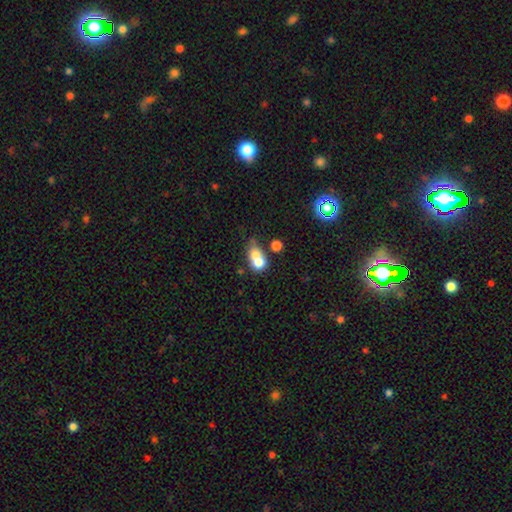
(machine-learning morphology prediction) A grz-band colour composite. It shows a smooth galaxy with no disk features (67%) that is round (57%). Merging: merger (62%).